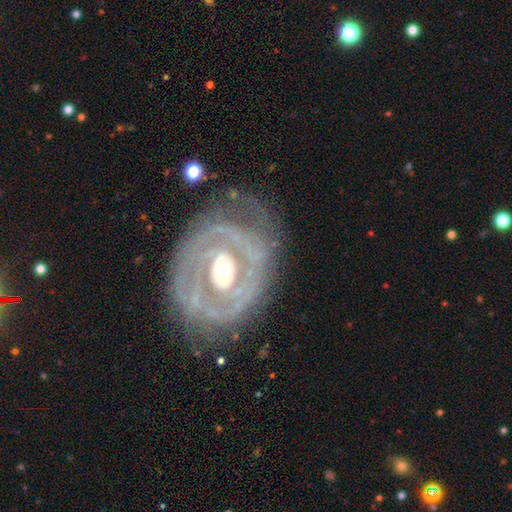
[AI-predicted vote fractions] Smooth or featured? Predicted: featured or disk (p=0.85). Edge-on disk? Predicted: no (p=0.96). Bar? Predicted: no (p=0.55). Spiral arms? Predicted: yes (p=0.74). Spiral winding? Predicted: tight (p=0.69). Spiral arm count? Predicted: can't tell (p=0.37). Bulge size? Predicted: moderate (p=0.71). Merging? Predicted: none (p=0.67).